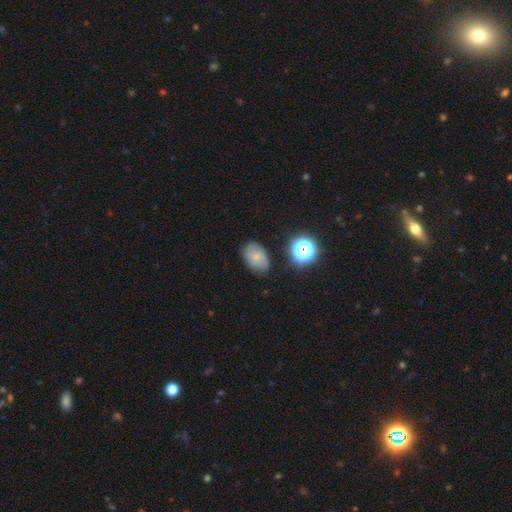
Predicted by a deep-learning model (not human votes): smooth 66%, featured or disk 21%, star or artifact 13%. Down the decision tree: how rounded — in between (79%); merging — none (68%).